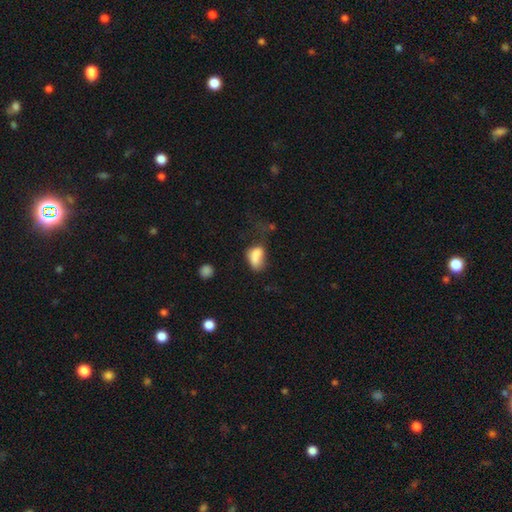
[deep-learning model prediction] Smooth or featured: smooth — 76% (featured or disk — 14%)
How rounded: in between — 84% (round — 14%)
Merging: major disturbance — 27% (tied with none — 27%)